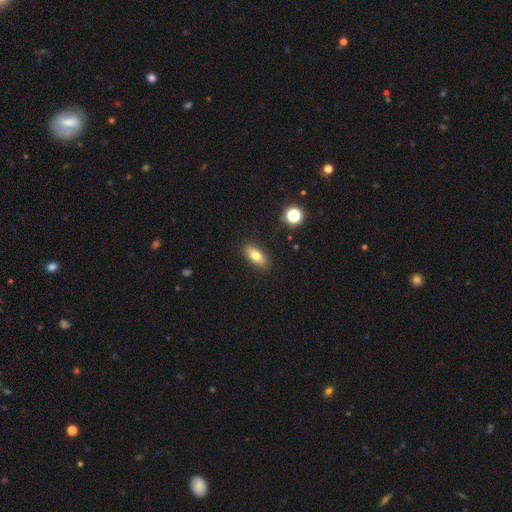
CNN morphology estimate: This appears to be a smooth galaxy with no disk features (73%) that is in between round and cigar-shaped (75%). Merging: none (88%).